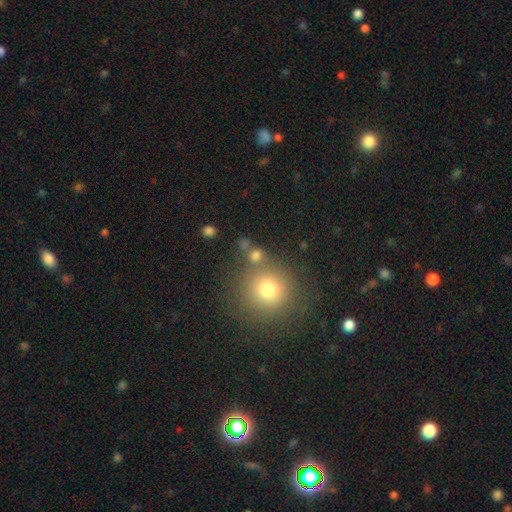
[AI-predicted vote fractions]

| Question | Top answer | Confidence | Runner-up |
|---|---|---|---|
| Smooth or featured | smooth | 74% | star or artifact (17%) |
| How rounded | round | 85% | in between (13%) |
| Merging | none | 65% | merger (20%) |